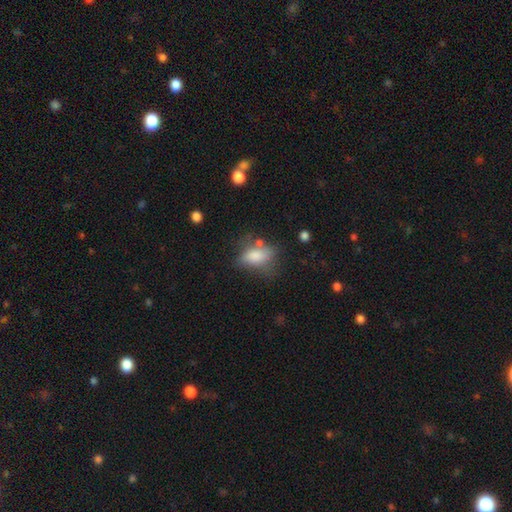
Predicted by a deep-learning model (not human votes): Smooth or featured? Predicted: smooth (p=0.76). How rounded? Predicted: in between (p=0.85). Merging? Predicted: none (p=0.42).